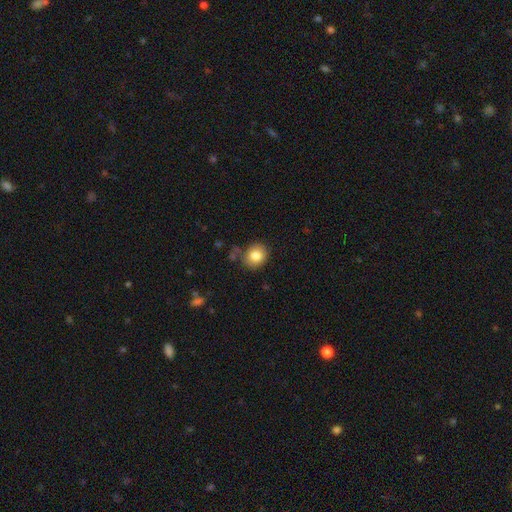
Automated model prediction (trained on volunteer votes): This is clearly a smooth galaxy (82%). How rounded: likely round (74%). Merging: likely none (77%).